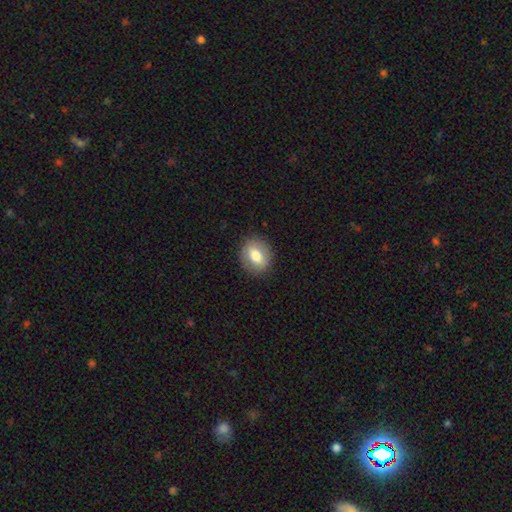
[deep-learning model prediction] smooth_or_featured: smooth (p=0.73) [alt: featured or disk p=0.19]
how_rounded: round (p=0.53) [alt: in between p=0.46]
merging: none (p=0.87) [alt: minor disturbance p=0.09]